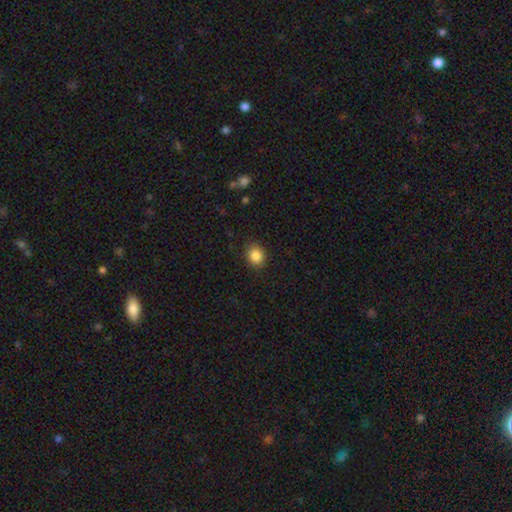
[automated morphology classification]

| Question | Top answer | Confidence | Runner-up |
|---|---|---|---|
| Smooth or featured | smooth | 86% | star or artifact (10%) |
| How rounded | round | 72% | in between (28%) |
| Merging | none | 86% | minor disturbance (10%) |